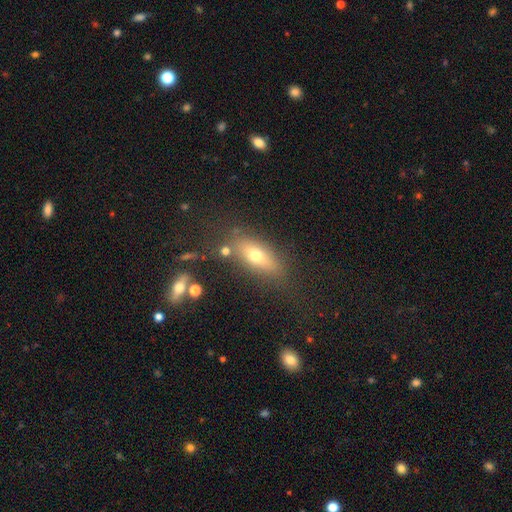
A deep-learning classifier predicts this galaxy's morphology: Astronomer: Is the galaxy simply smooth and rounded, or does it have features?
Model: smooth — 63%.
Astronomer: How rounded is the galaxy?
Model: in between — 66%.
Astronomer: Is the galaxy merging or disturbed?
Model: none — 74%.